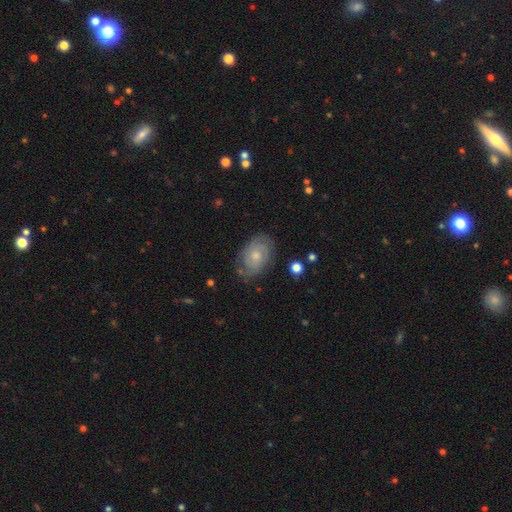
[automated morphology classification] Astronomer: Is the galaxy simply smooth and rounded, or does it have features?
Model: featured or disk — 63%.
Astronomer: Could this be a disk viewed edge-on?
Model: no — 96%.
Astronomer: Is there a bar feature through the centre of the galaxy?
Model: no — 78%.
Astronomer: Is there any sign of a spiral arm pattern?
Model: yes — 85%.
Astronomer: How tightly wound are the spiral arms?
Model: tight — 62%.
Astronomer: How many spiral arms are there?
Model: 2 — 45% (runner-up: can't tell, 36%).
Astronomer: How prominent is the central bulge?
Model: small — 48% (runner-up: moderate, 44%).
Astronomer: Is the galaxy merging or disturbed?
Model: none — 74%.